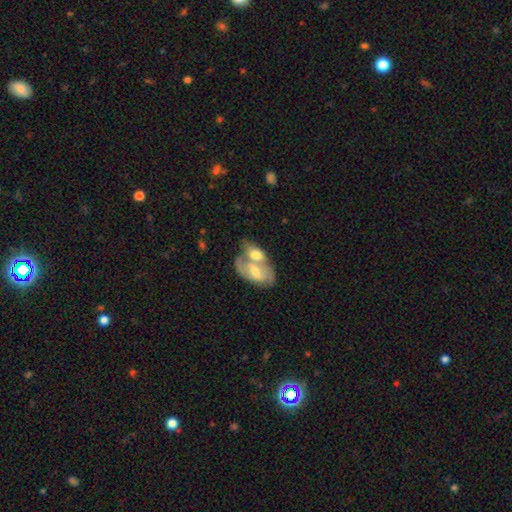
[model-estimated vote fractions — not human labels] featured or disk 49%, smooth 45%, star or artifact 6%. Down the decision tree: merging — merger (66%).